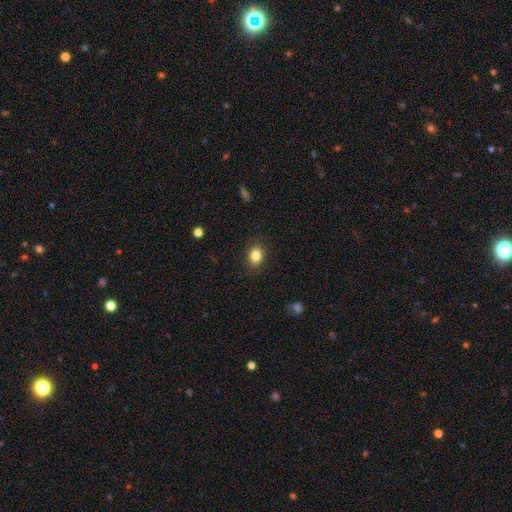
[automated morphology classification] Q: Smooth or featured?
A: smooth (84%); runner-up: star or artifact (10%)
Q: How rounded?
A: in between (56%); runner-up: round (43%)
Q: Merging?
A: none (88%); runner-up: minor disturbance (9%)